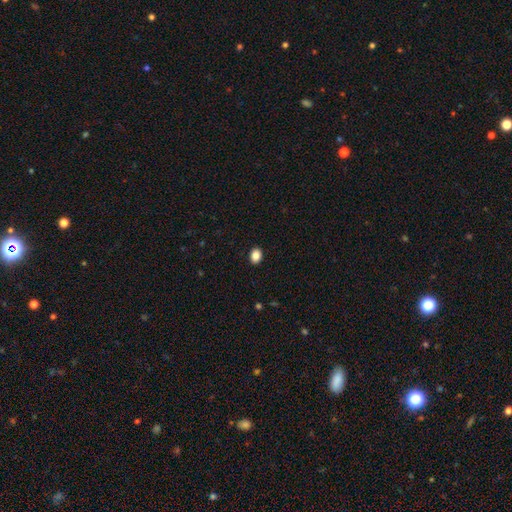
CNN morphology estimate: A smooth galaxy with no disk features (88%) that is in between round and cigar-shaped (66%). Merging: none (91%).